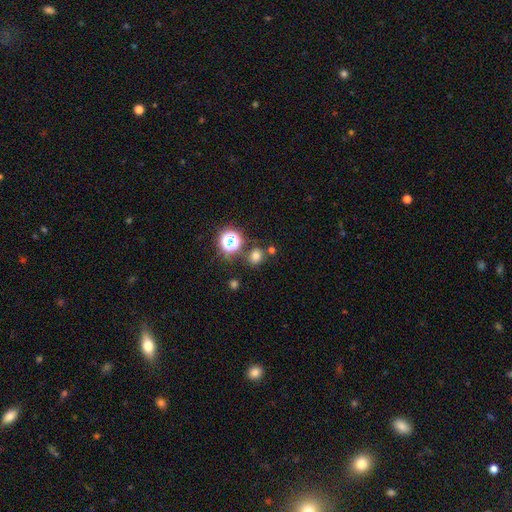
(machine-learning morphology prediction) smooth_or_featured: smooth (p=0.70) [alt: star or artifact p=0.24]
how_rounded: round (p=0.69) [alt: in between p=0.30]
merging: none (p=0.75) [alt: minor disturbance p=0.11]